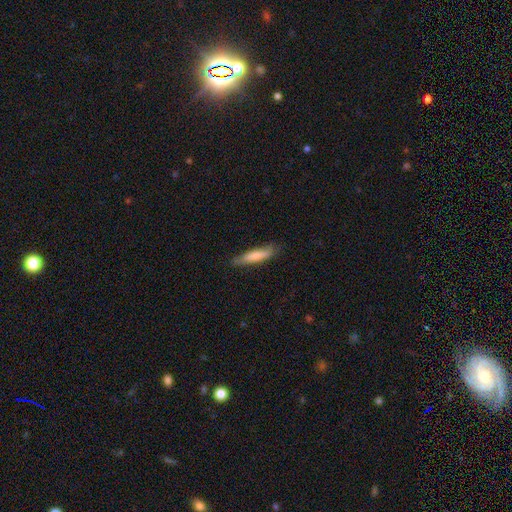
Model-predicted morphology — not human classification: This is likely a smooth galaxy (74%). How rounded: clearly cigar-shaped (82%). Merging: likely none (76%).